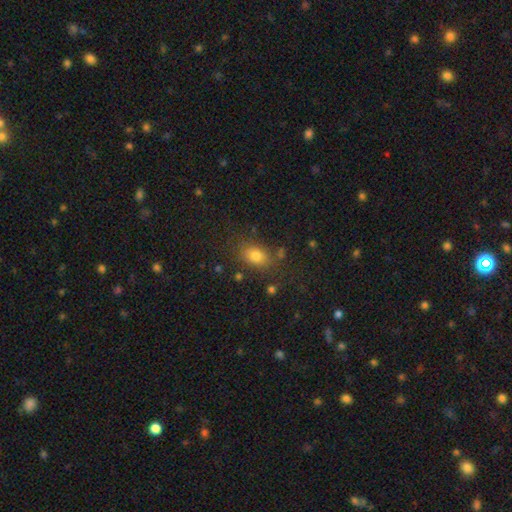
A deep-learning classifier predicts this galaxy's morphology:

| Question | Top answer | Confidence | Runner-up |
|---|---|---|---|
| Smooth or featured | smooth | 77% | star or artifact (14%) |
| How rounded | in between | 73% | round (25%) |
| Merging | none | 78% | minor disturbance (13%) |